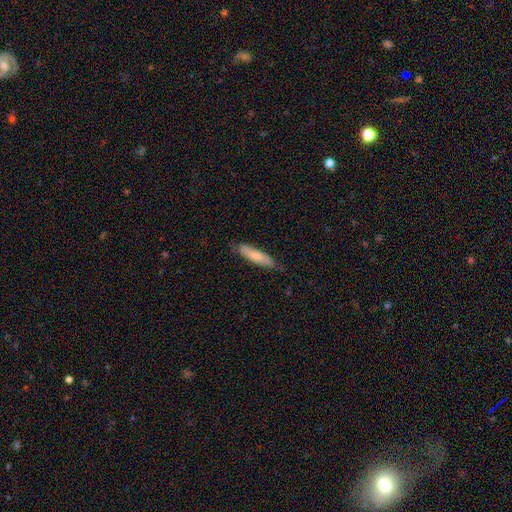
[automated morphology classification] type=smooth (71%); roundness=cigar-shaped (69%); merging=none (78%).